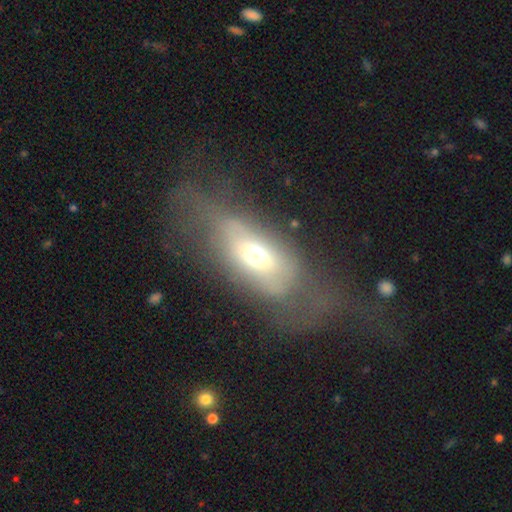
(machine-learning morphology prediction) smooth_or_featured: smooth (p=0.52) [alt: featured or disk p=0.37]
how_rounded: in between (p=0.79) [alt: cigar-shaped p=0.11]
merging: major disturbance (p=0.38) [alt: none p=0.37]